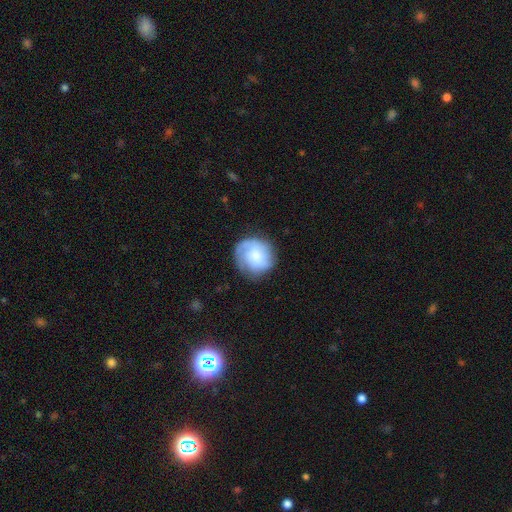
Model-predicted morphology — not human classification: smooth 48%, featured or disk 45%, star or artifact 7%. Down the decision tree: merging — none (69%).